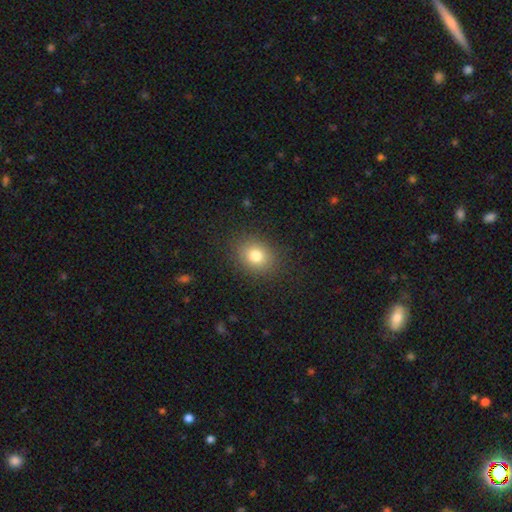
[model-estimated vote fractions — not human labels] This is likely a smooth galaxy (79%). How rounded: possibly round (57%). Merging: clearly none (87%).